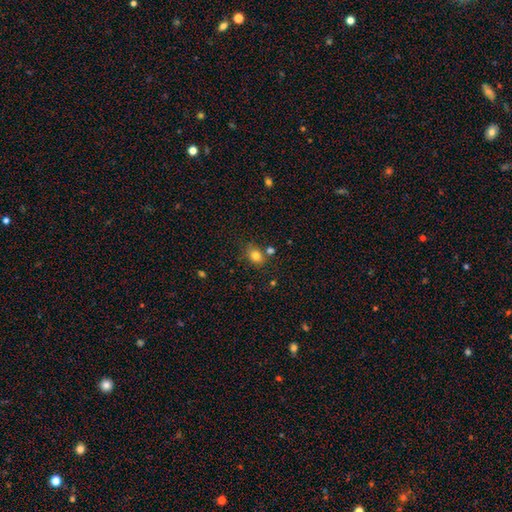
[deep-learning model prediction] The model was most divided on "how rounded": in between: 61%, round: 38%, cigar-shaped: 1%. More confident: smooth or featured — smooth (80%); merging — none (69%).